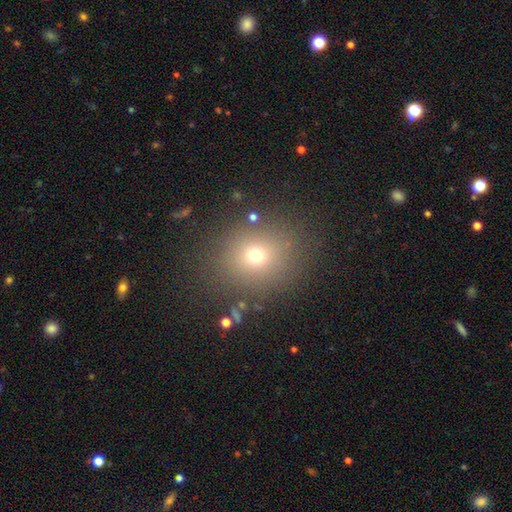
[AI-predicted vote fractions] Smooth or featured? smooth (68%)
How rounded? round (73%)
Merging? none (83%)